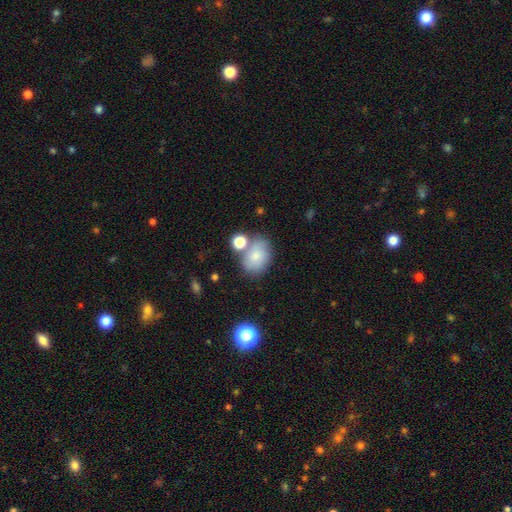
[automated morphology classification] type=smooth (73%); roundness=in between (67%); merging=none (53%).